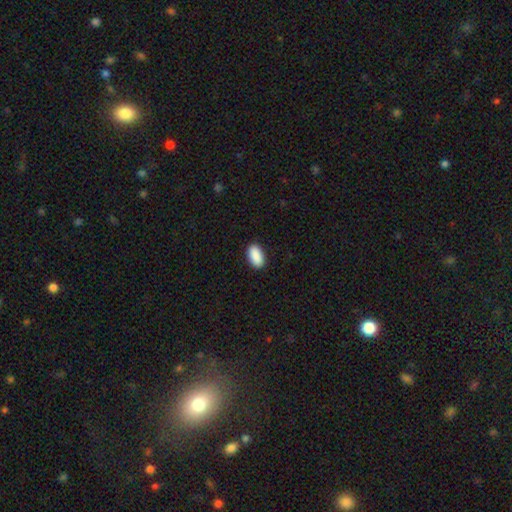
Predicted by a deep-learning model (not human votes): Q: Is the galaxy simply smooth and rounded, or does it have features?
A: smooth — 91%.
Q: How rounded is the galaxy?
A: in between — 94%.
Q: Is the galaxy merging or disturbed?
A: none — 90%.